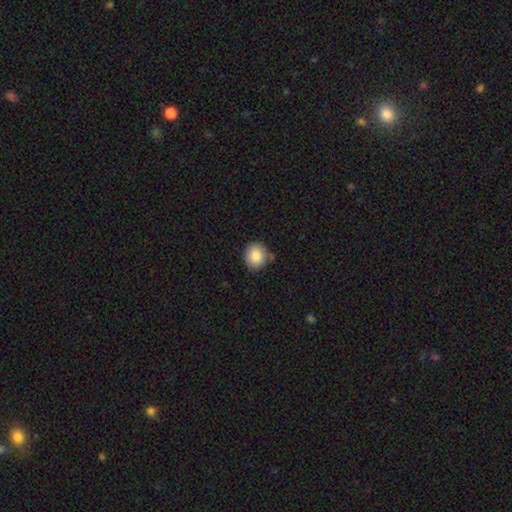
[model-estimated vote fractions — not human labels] Smooth or featured?
  - smooth: 86% *
  - star or artifact: 8%
  - featured or disk: 6%
How rounded?
  - round: 84% *
  - in between: 15%
  - cigar-shaped: 1%
Merging?
  - none: 81% *
  - minor disturbance: 12%
  - merger: 5%
  - major disturbance: 3%